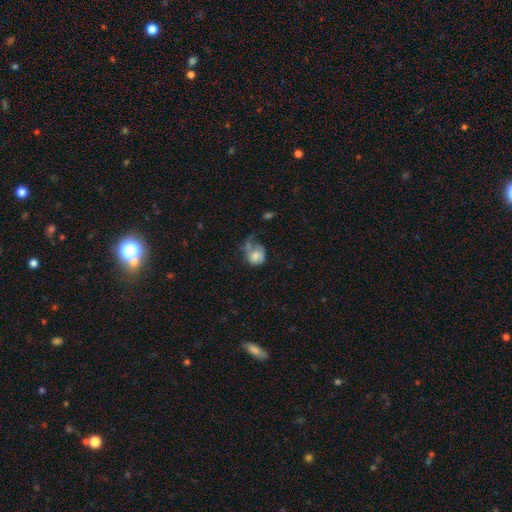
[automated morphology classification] The model was most divided on "how rounded": round: 58%, in between: 41%, cigar-shaped: 1%. Remaining: smooth or featured — smooth (64%); merging — major disturbance (41%).